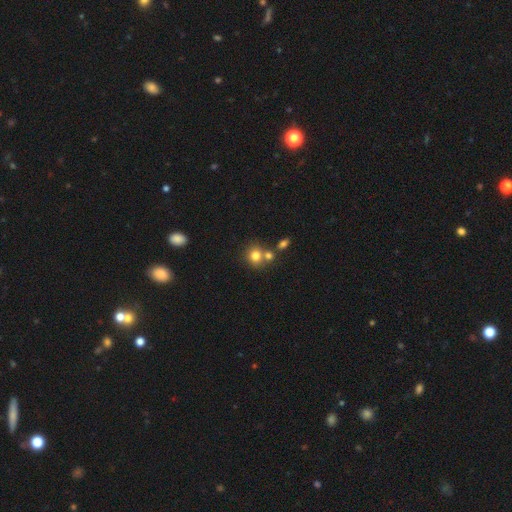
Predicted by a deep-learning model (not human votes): smooth 79%, star or artifact 12%, featured or disk 9%. Down the decision tree: how rounded — round (84%); merging — none (55%).